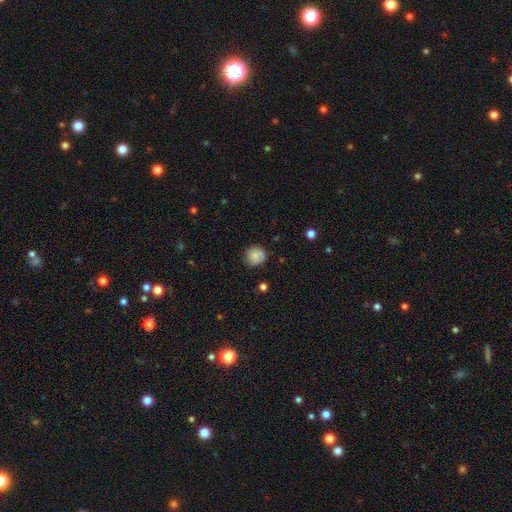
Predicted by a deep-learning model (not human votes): This appears to be a smooth galaxy with no disk features (80%) that is round (90%). Merging: none (77%).